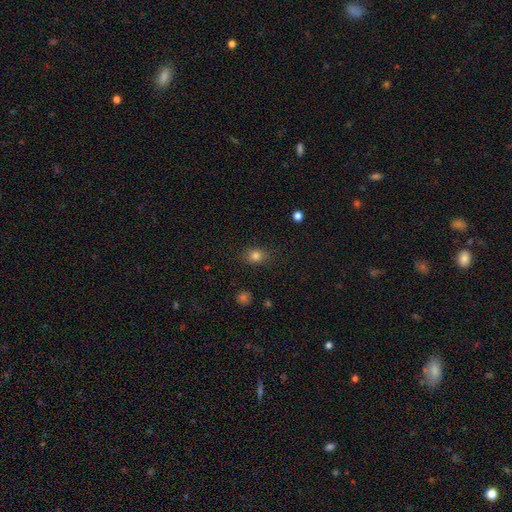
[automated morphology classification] Smooth or featured: smooth — 81% (star or artifact — 13%)
How rounded: round — 51% (in between — 47%)
Merging: none — 84% (minor disturbance — 12%)